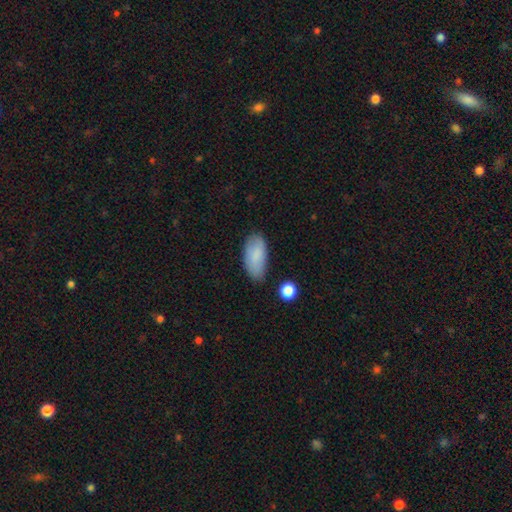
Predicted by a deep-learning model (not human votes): smooth-or-featured: smooth: 83% | featured or disk: 10% | star or artifact: 7%
  how-rounded: in between: 92% | cigar-shaped: 6% | round: 2%
  merging: none: 73% | minor disturbance: 20% | major disturbance: 4% | merger: 3%